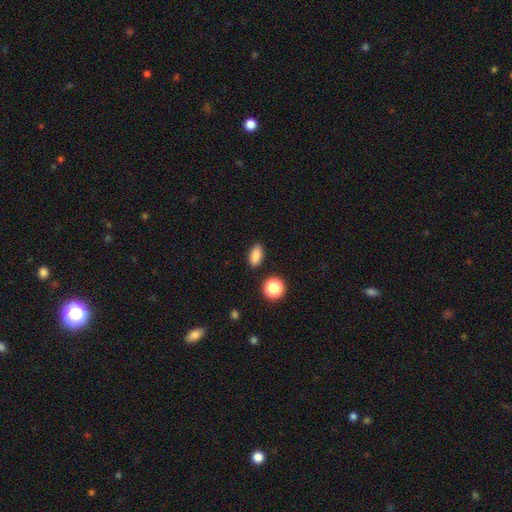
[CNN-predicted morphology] This appears to be a smooth galaxy with no disk features (86%) that is in between round and cigar-shaped (86%). Merging: none (87%).